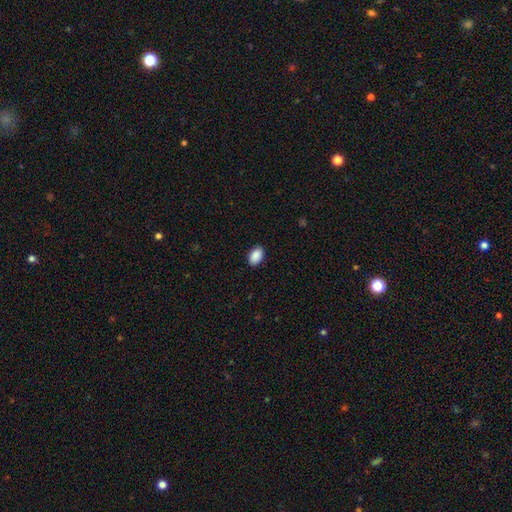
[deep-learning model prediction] The model was most divided on "merging": none: 89%, minor disturbance: 8%, major disturbance: 2%, merger: 1%. More confident: smooth or featured — smooth (90%); how rounded — in between (90%).